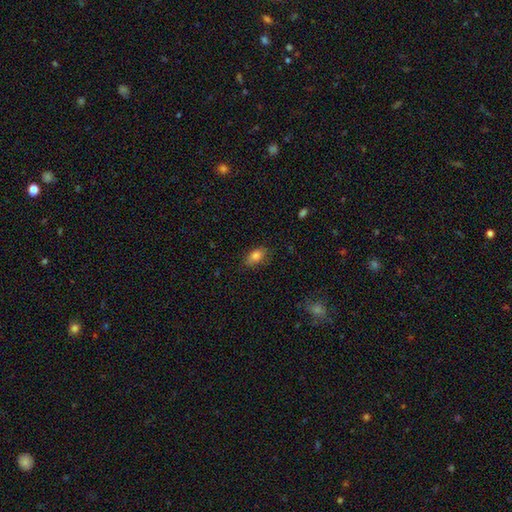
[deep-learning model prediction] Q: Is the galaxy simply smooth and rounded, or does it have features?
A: smooth — 81%.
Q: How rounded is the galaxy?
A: in between — 87%.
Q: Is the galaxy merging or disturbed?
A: none — 76%.